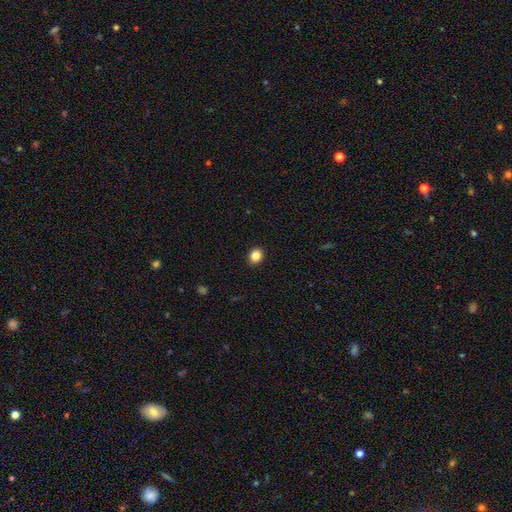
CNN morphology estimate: type=smooth (86%); roundness=round (64%); merging=none (92%).